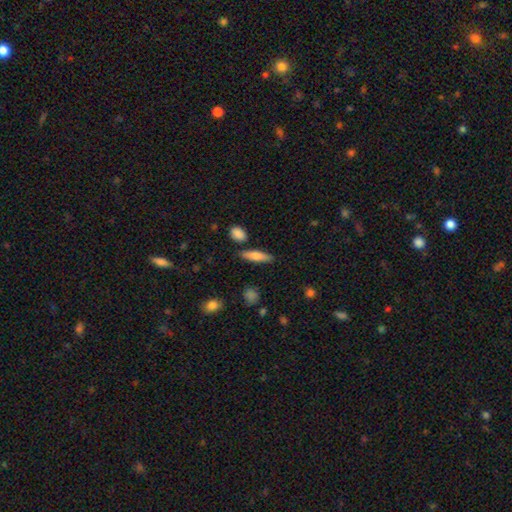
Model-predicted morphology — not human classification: smooth_or_featured: smooth (p=0.70) [alt: featured or disk p=0.23]
how_rounded: cigar-shaped (p=0.65) [alt: in between p=0.32]
merging: none (p=0.82) [alt: minor disturbance p=0.11]